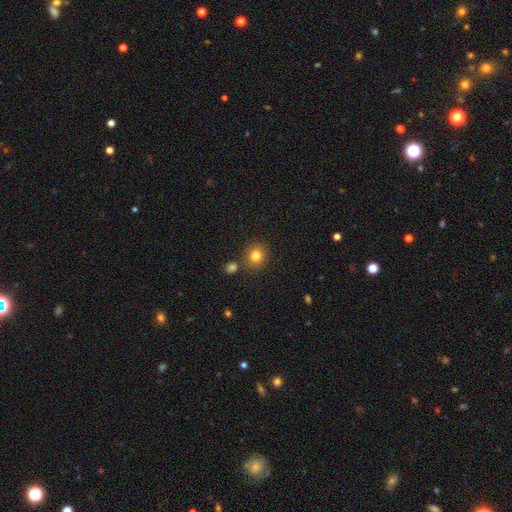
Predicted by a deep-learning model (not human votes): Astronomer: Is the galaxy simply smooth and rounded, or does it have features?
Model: smooth — 81%.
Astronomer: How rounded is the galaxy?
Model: round — 84%.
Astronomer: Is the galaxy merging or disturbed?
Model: none — 80%.